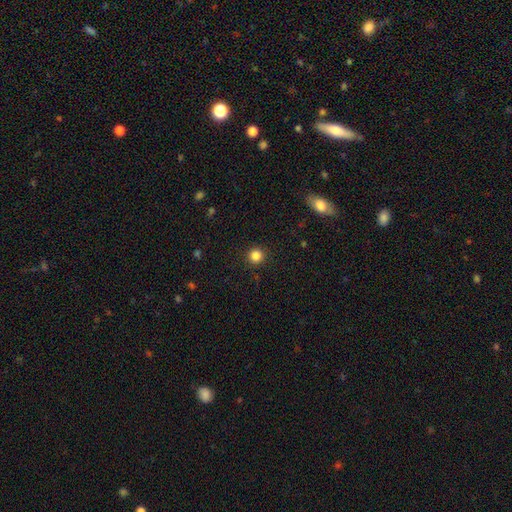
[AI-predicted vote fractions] Smooth or featured?
  - smooth: 84% *
  - star or artifact: 12%
  - featured or disk: 4%
How rounded?
  - round: 95% *
  - in between: 4%
  - cigar-shaped: 1%
Merging?
  - none: 92% *
  - minor disturbance: 5%
  - major disturbance: 2%
  - merger: 1%